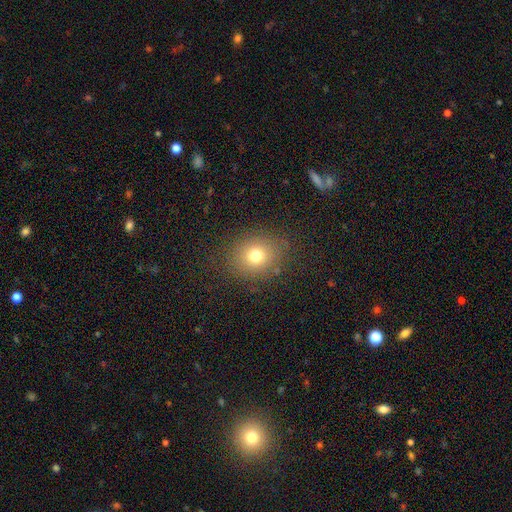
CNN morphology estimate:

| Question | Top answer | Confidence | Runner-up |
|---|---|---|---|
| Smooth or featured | smooth | 73% | star or artifact (16%) |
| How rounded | round | 70% | in between (29%) |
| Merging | none | 85% | minor disturbance (9%) |